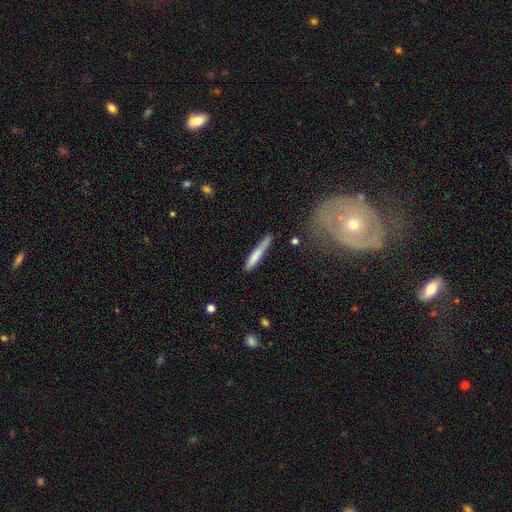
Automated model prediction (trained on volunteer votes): Overall: smooth (73%). How rounded: cigar-shaped (93%). Merging: none (67%).